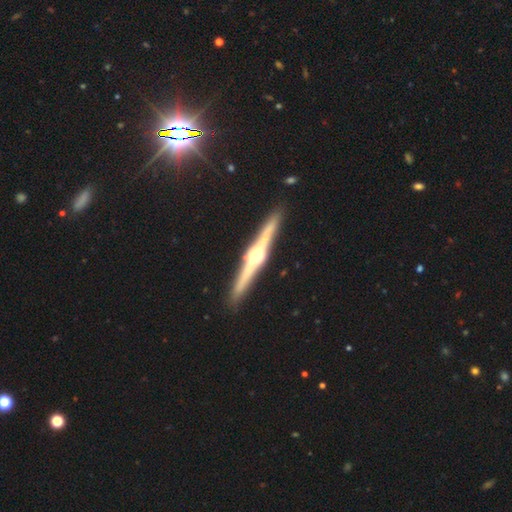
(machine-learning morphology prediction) Smooth or featured: featured or disk — 84% (smooth — 11%)
Edge-on disk: yes — 98% (no — 2%)
Edge-on bulge: rounded — 89% (boxy — 8%)
Merging: none — 92% (minor disturbance — 6%)